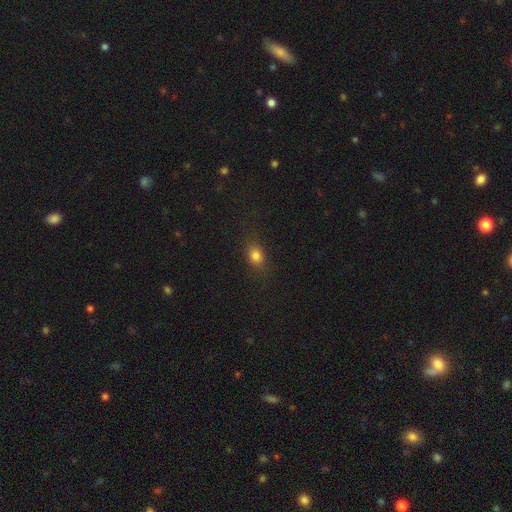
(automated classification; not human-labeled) Smooth or featured? smooth (80%)
How rounded? in between (57%)
Merging? none (80%)